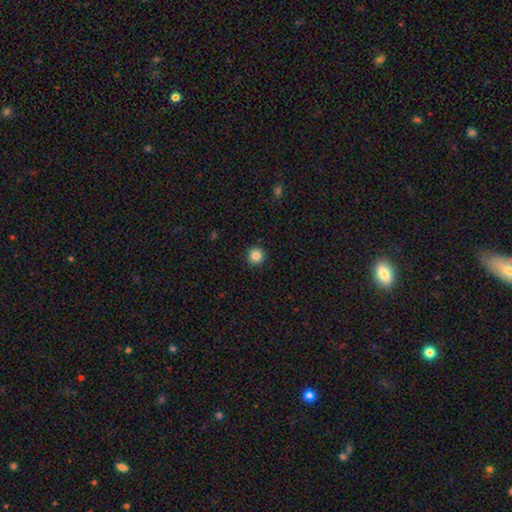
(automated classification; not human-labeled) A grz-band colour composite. It shows a smooth galaxy with no disk features (84%) that is round (95%). Merging: none (93%).